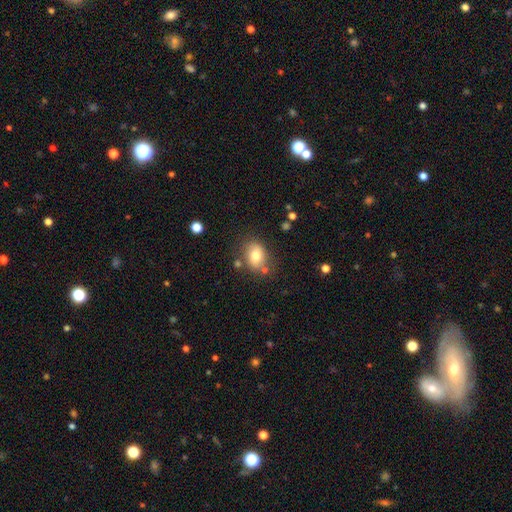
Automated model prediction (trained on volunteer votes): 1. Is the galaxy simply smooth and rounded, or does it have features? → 74% smooth, 17% featured or disk, 9% star or artifact.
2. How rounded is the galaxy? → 67% in between, 32% round, 1% cigar-shaped.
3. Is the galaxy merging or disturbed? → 71% none, 17% minor disturbance, 7% merger, 5% major disturbance.